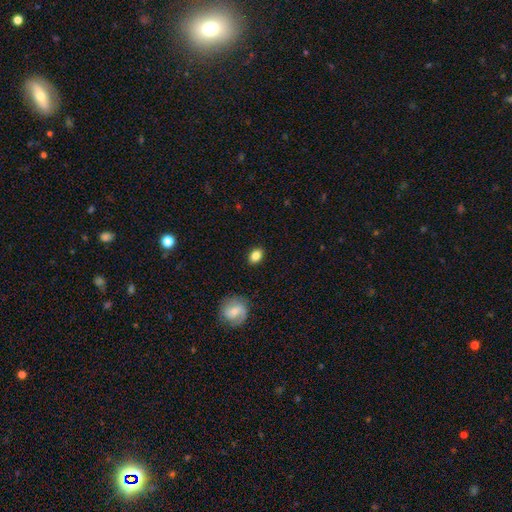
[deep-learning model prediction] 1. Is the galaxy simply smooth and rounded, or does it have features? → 81% smooth, 10% featured or disk, 9% star or artifact.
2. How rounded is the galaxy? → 71% in between, 27% round, 2% cigar-shaped.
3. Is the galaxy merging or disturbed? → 87% none, 9% minor disturbance, 2% major disturbance, 1% merger.